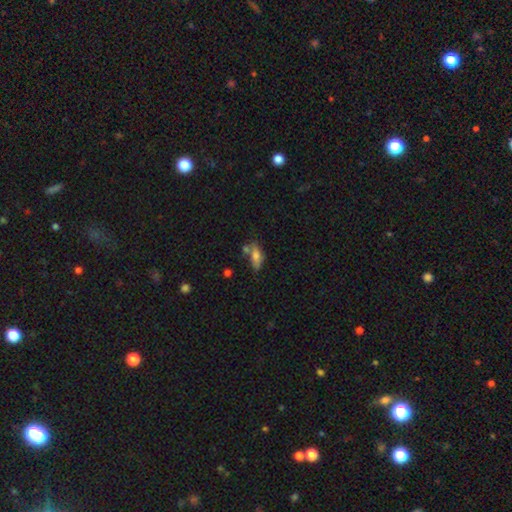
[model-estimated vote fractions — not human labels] smooth_or_featured: smooth (p=0.64) [alt: featured or disk p=0.27]
how_rounded: in between (p=0.70) [alt: cigar-shaped p=0.26]
merging: none (p=0.47) [alt: merger p=0.22]